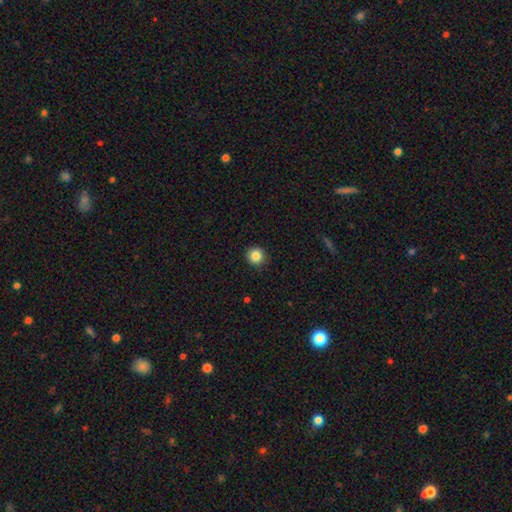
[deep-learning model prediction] This is clearly a smooth galaxy (85%). How rounded: clearly round (93%). Merging: clearly none (92%).